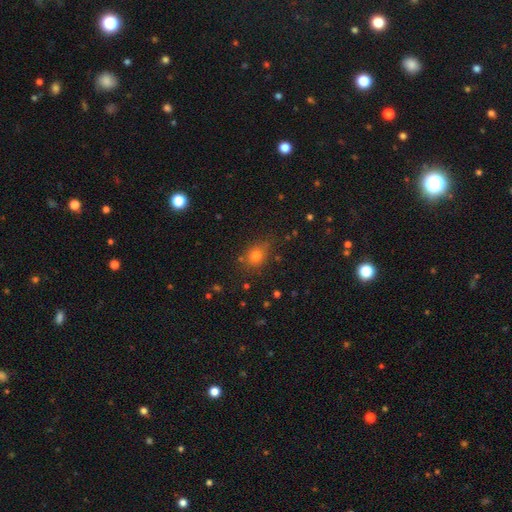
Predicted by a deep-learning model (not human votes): Morphology: type=smooth (74%); roundness=round (57%); merging=none (75%).